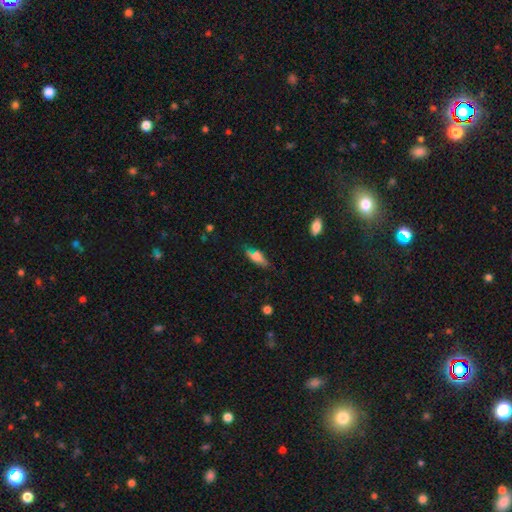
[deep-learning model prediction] Smooth or featured?
  - smooth: 67% *
  - featured or disk: 24%
  - star or artifact: 9%
How rounded?
  - in between: 59% *
  - cigar-shaped: 38%
  - round: 3%
Merging?
  - none: 63% *
  - minor disturbance: 25%
  - major disturbance: 7%
  - merger: 6%